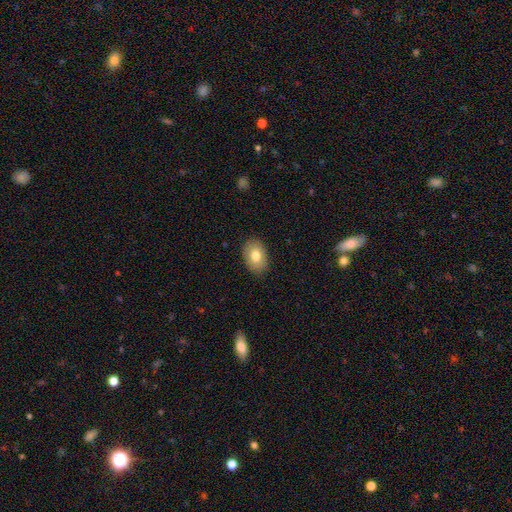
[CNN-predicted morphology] A smooth galaxy with no disk features (77%) that is in between round and cigar-shaped (83%).

Vote fractions:
- Smooth or featured? smooth: 77% / featured or disk: 15% / star or artifact: 7%
- How rounded? in between: 83% / round: 16% / cigar-shaped: 1%
- Merging? none: 87% / minor disturbance: 10% / major disturbance: 2% / merger: 1%